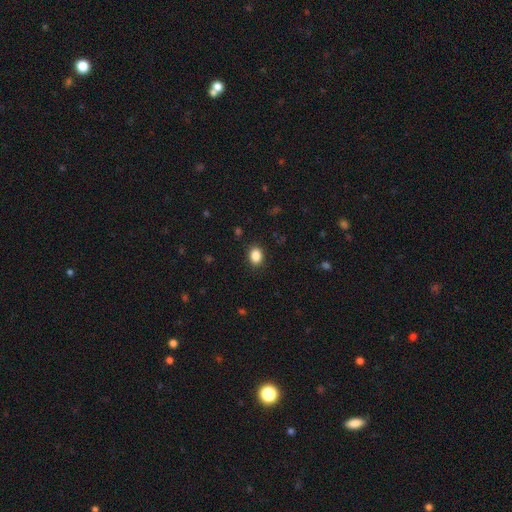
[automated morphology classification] Overall: smooth (87%). How rounded: in between (61%; round 38%). Merging: none (89%).